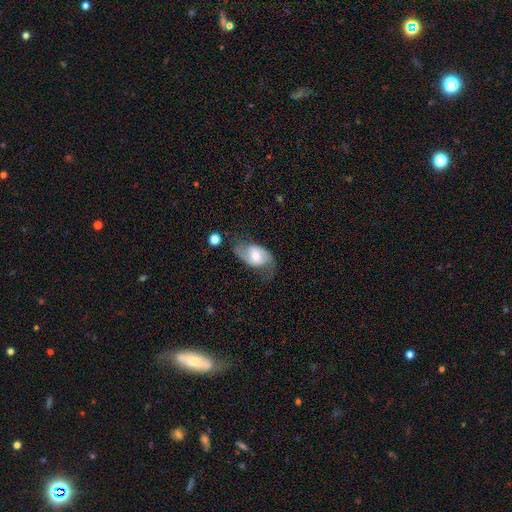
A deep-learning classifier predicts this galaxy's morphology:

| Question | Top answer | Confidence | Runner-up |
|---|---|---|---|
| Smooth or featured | featured or disk | 68% | smooth (25%) |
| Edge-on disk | no | 95% | yes (5%) |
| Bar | no | 48% | weak (40%) |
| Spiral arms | yes | 88% | no (12%) |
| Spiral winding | loose | 46% | medium (40%) |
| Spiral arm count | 2 | 86% | can't tell (7%) |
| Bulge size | moderate | 60% | small (28%) |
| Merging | none | 58% | minor disturbance (23%) |